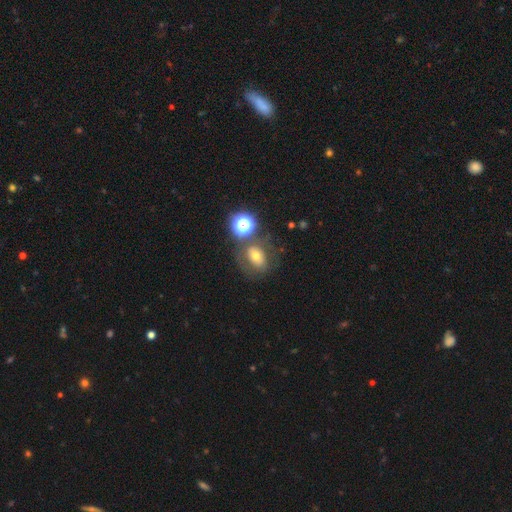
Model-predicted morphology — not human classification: A smooth galaxy with no disk features (51%) that is in between round and cigar-shaped (55%).

Vote fractions:
- Smooth or featured? smooth: 51% / featured or disk: 30% / star or artifact: 19%
- How rounded? in between: 55% / round: 43% / cigar-shaped: 1%
- Merging? none: 55% / merger: 16% / minor disturbance: 16% / major disturbance: 13%